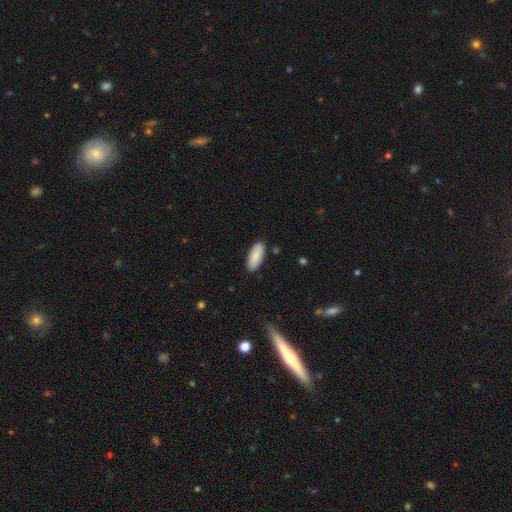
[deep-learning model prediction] Smooth or featured?
  - smooth: 88% *
  - featured or disk: 6%
  - star or artifact: 6%
How rounded?
  - in between: 82% *
  - cigar-shaped: 17%
  - round: 2%
Merging?
  - none: 88% *
  - minor disturbance: 9%
  - major disturbance: 2%
  - merger: 1%